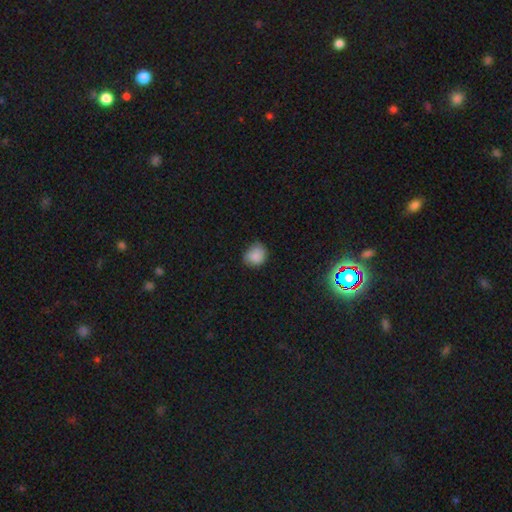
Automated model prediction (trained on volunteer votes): A smooth galaxy with no disk features (85%) that is round (71%).

Vote fractions:
- Smooth or featured? smooth: 85% / star or artifact: 9% / featured or disk: 7%
- How rounded? round: 71% / in between: 28% / cigar-shaped: 1%
- Merging? none: 64% / minor disturbance: 29% / major disturbance: 5% / merger: 1%